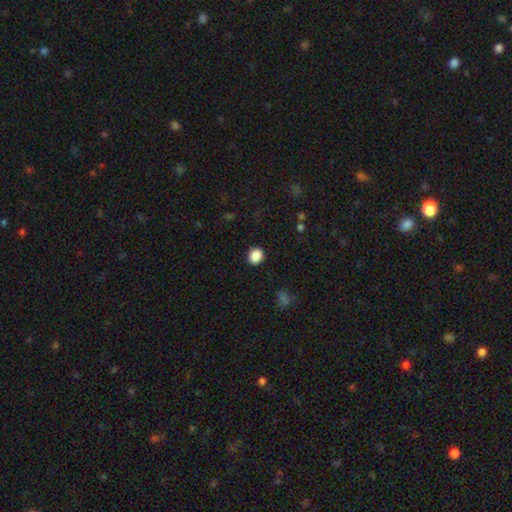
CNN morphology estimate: The model was most divided on "how rounded": round: 74%, in between: 25%, cigar-shaped: 1%. More confident: merging — none (90%); smooth or featured — smooth (88%).